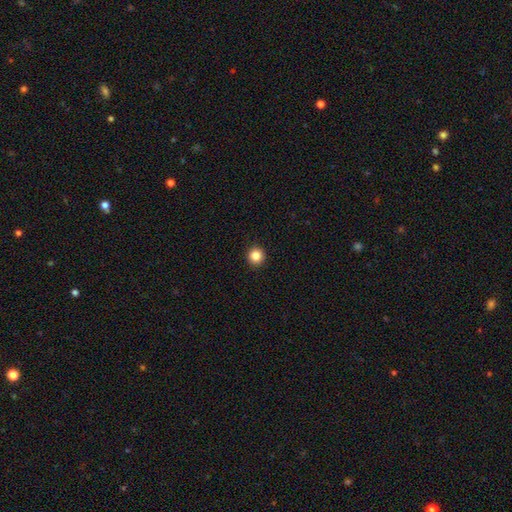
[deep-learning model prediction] A smooth galaxy with no disk features (85%) that is round (95%).

Vote fractions:
- Smooth or featured? smooth: 85% / star or artifact: 11% / featured or disk: 4%
- How rounded? round: 95% / in between: 4% / cigar-shaped: 1%
- Merging? none: 93% / minor disturbance: 4% / major disturbance: 1% / merger: 1%